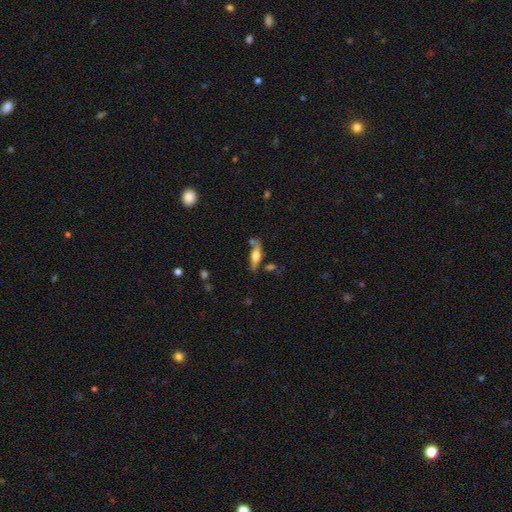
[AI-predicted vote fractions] Smooth or featured? featured or disk (51%)
Edge-on disk? yes (90%)
Merging? none (70%)